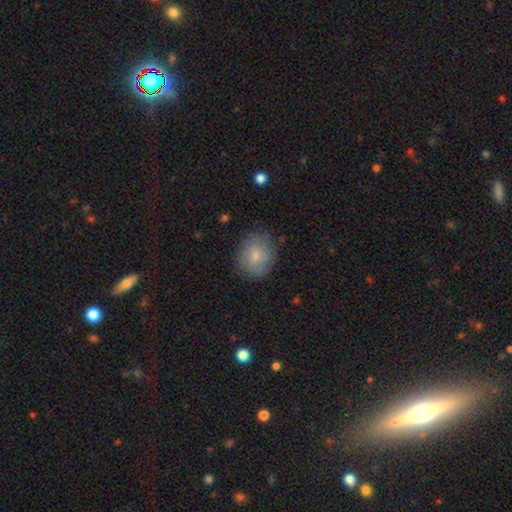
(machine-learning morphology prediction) Smooth or featured?
  - smooth: 75% *
  - featured or disk: 17%
  - star or artifact: 8%
How rounded?
  - round: 67% *
  - in between: 32%
  - cigar-shaped: 1%
Merging?
  - none: 78% *
  - minor disturbance: 16%
  - major disturbance: 5%
  - merger: 1%